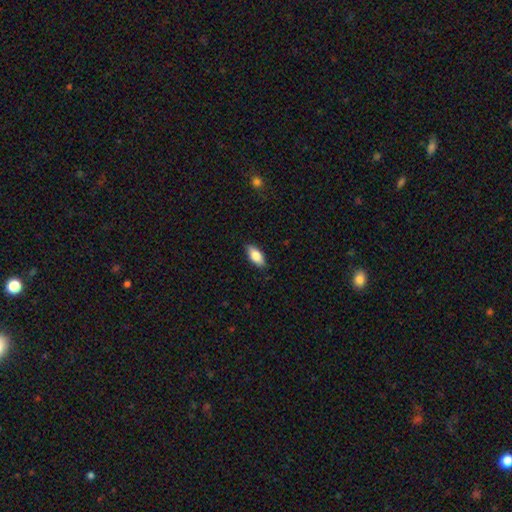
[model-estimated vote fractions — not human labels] Smooth or featured: smooth — 79% (featured or disk — 14%)
How rounded: in between — 86% (cigar-shaped — 12%)
Merging: none — 87% (minor disturbance — 10%)